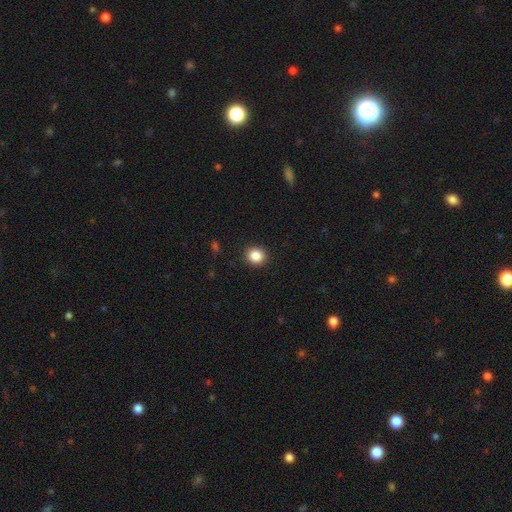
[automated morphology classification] A smooth galaxy with no disk features (86%) that is round (88%).

Vote fractions:
- Smooth or featured? smooth: 86% / star or artifact: 10% / featured or disk: 4%
- How rounded? round: 88% / in between: 11% / cigar-shaped: 1%
- Merging? none: 91% / minor disturbance: 6% / major disturbance: 2% / merger: 1%